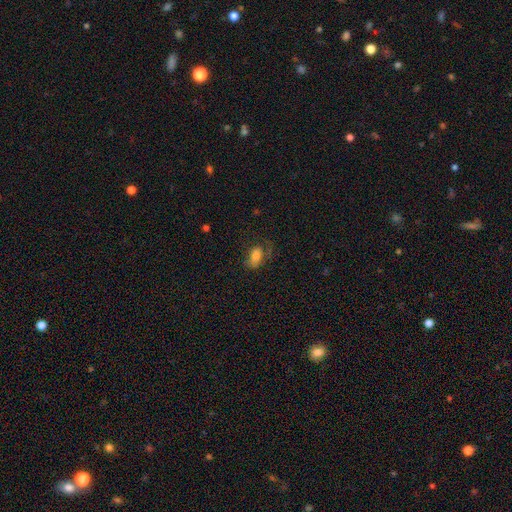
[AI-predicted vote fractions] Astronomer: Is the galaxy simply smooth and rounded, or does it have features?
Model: smooth — 72%.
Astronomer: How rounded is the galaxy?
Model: in between — 88%.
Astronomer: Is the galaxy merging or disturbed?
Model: none — 44% (runner-up: major disturbance, 29%).